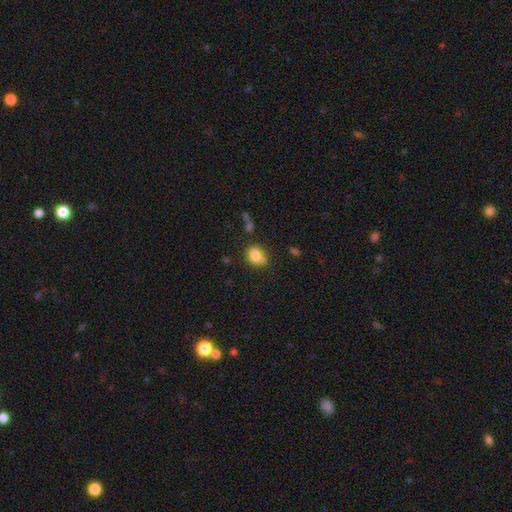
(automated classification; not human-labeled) Morphology: type=smooth (81%); roundness=round (56%); merging=none (60%).